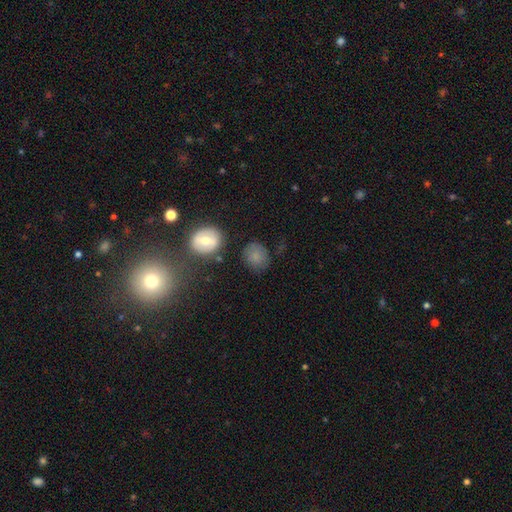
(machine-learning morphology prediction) Q: Smooth or featured?
A: smooth (78%); runner-up: featured or disk (12%)
Q: How rounded?
A: round (66%); runner-up: in between (33%)
Q: Merging?
A: none (70%); runner-up: minor disturbance (18%)